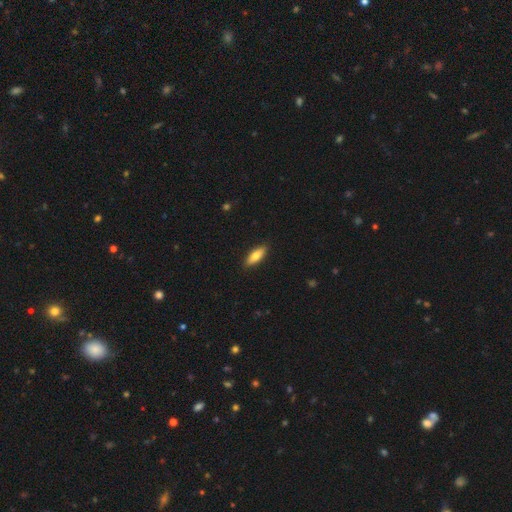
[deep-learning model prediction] smooth-or-featured: smooth: 76% | featured or disk: 19% | star or artifact: 6%
  how-rounded: in between: 62% | cigar-shaped: 36% | round: 2%
  merging: none: 89% | minor disturbance: 8% | major disturbance: 2% | merger: 1%